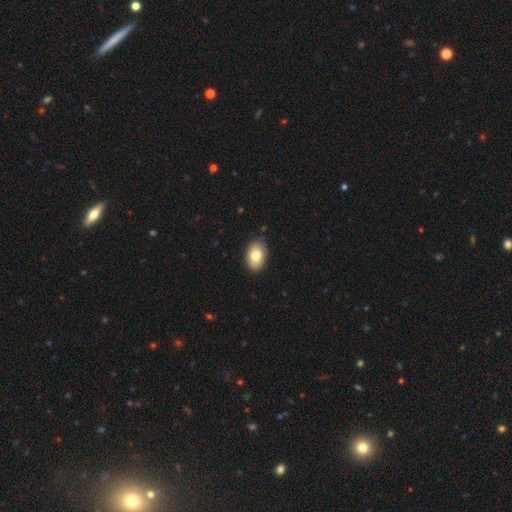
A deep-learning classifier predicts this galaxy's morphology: type=smooth (79%); roundness=in between (86%); merging=none (85%).